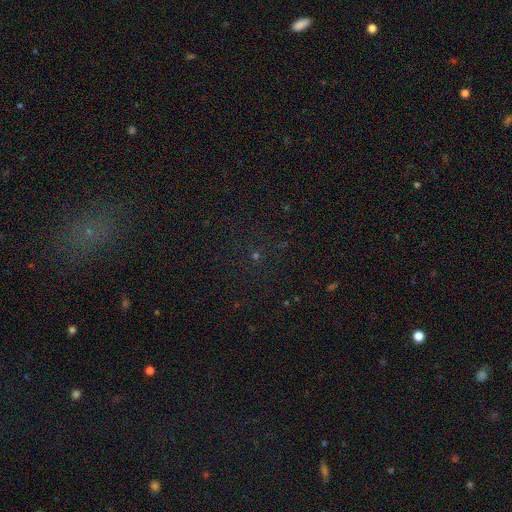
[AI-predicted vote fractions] Morphology: type=star or artifact (68%).